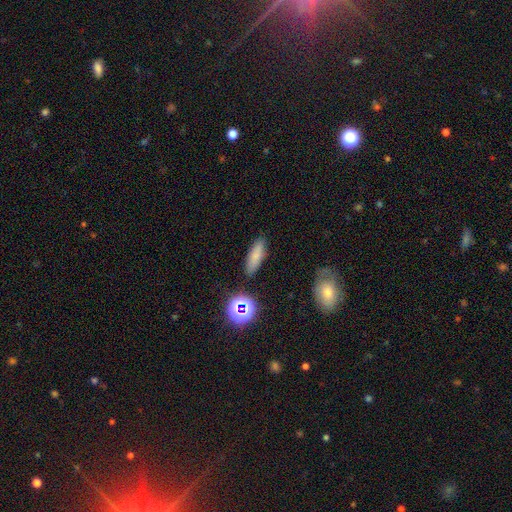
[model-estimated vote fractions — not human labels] Smooth or featured?
  - smooth: 78% *
  - star or artifact: 12%
  - featured or disk: 11%
How rounded?
  - in between: 48% * (tied)
  - cigar-shaped: 48% * (tied)
  - round: 4%
Merging?
  - none: 85% *
  - minor disturbance: 9%
  - major disturbance: 3%
  - merger: 3%